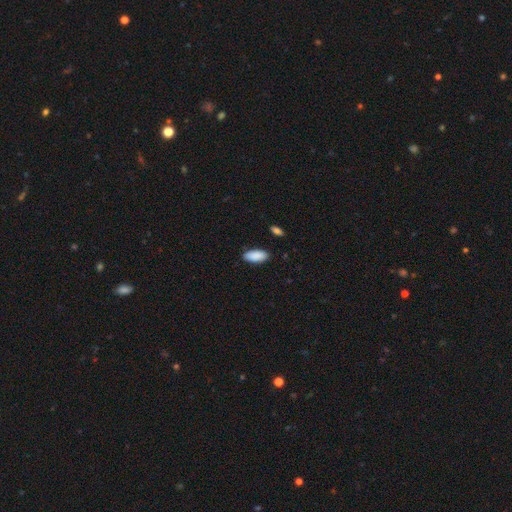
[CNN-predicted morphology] Smooth or featured? Predicted: smooth (p=0.90). How rounded? Predicted: in between (p=0.87). Merging? Predicted: none (p=0.86).